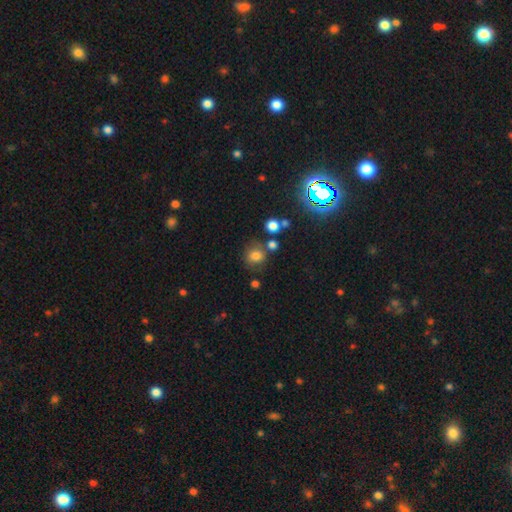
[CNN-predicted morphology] The model was most divided on "merging": none: 68%, minor disturbance: 15%, merger: 10%, major disturbance: 6%. More confident: how rounded — round (79%); smooth or featured — smooth (73%).